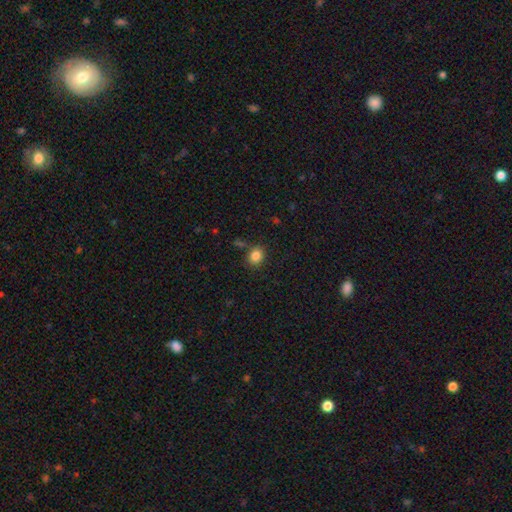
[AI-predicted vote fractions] Q: Smooth or featured?
A: smooth (84%); runner-up: star or artifact (11%)
Q: How rounded?
A: round (63%); runner-up: in between (36%)
Q: Merging?
A: none (79%); runner-up: minor disturbance (12%)